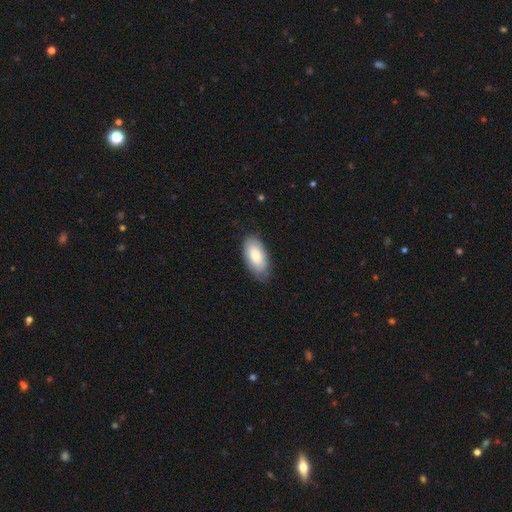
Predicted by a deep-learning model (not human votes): This is clearly a smooth galaxy (80%). How rounded: clearly in between (94%). Merging: likely none (75%).